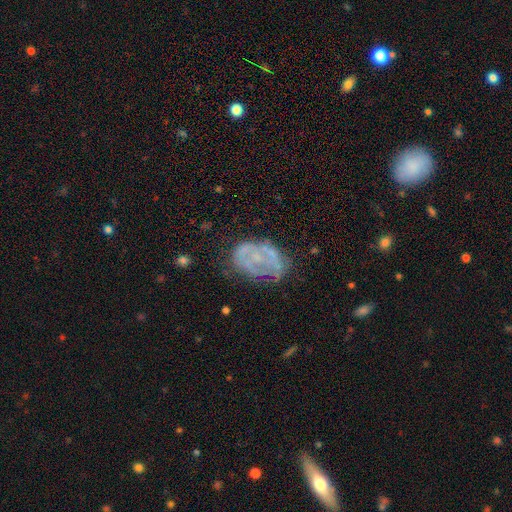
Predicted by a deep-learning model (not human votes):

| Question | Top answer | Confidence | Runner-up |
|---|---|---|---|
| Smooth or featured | featured or disk | 58% | smooth (26%) |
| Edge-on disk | no | 96% | yes (4%) |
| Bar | no | 78% | weak (16%) |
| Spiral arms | no | 57% | yes (43%) |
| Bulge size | small | 47% | none (38%) |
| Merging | none | 51% | minor disturbance (25%) |